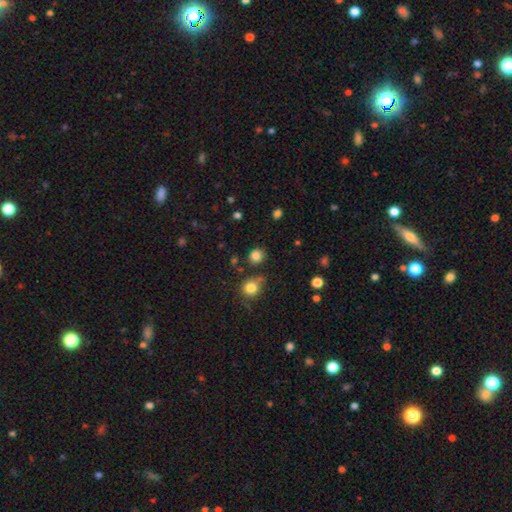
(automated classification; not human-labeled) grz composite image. It shows a smooth galaxy with no disk features (82%) that is round (84%). Merging: none (81%).